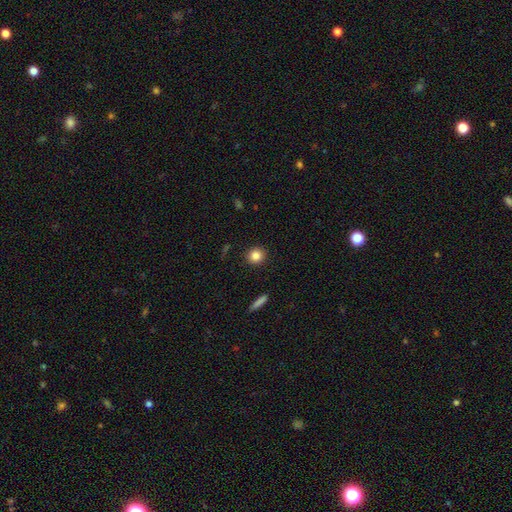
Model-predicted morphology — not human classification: A smooth galaxy with no disk features (85%) that is round (90%). Merging: none (92%).